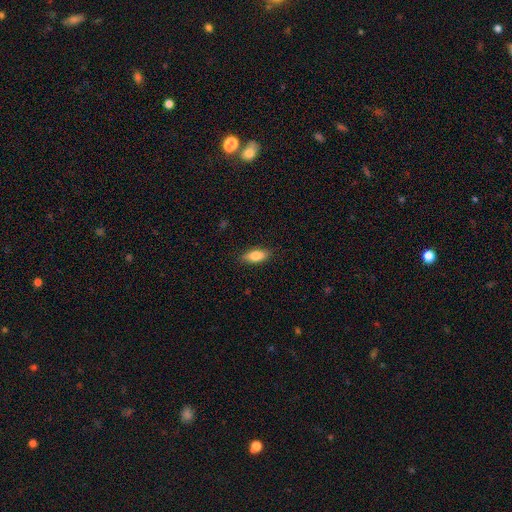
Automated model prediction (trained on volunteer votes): Overall: smooth (81%). How rounded: in between (76%). Merging: none (86%).